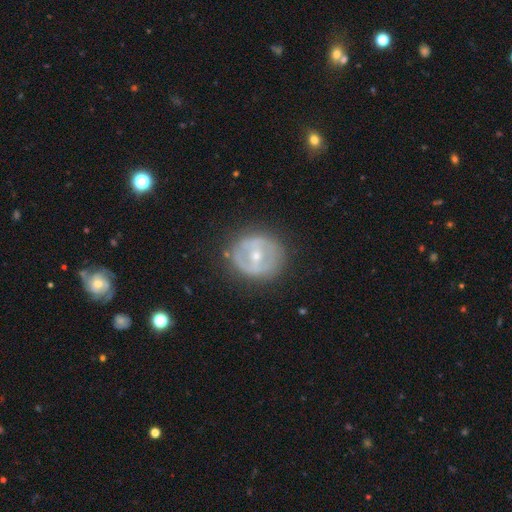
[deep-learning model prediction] The model was most divided on "bar": strong: 40%, weak: 38%, no: 22%. More confident: edge-on disk — no (95%); merging — none (79%); spiral arms — no (71%); smooth or featured — featured or disk (68%); bulge size — small (53%).